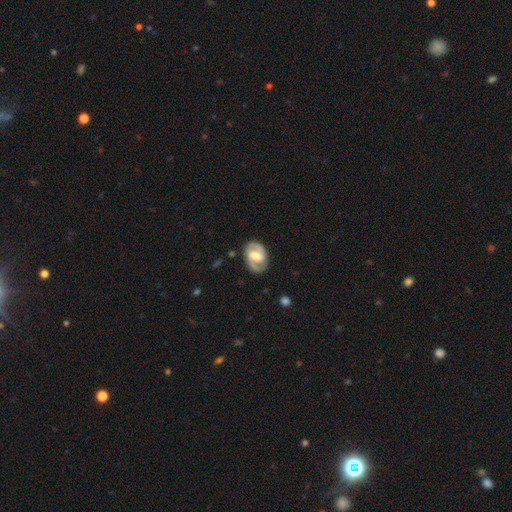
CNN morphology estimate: smooth-or-featured: featured or disk: 81% | smooth: 14% | star or artifact: 5%
  disk-edge-on: no: 97% | yes: 3%
    bar: weak: 47% | strong: 36% | no: 17%
    has-spiral-arms: yes: 92% | no: 8%
      spiral-winding: medium: 51% | tight: 33% | loose: 16%
      spiral-arm-count: 2: 90% | can't tell: 5% | 1: 2% | 3: 1% | 4: 1% | more than 4: 1%
    bulge-size: moderate: 51% | small: 22% | large: 18% | none: 7% | dominant: 2%
  merging: none: 81% | minor disturbance: 13% | major disturbance: 4% | merger: 1%